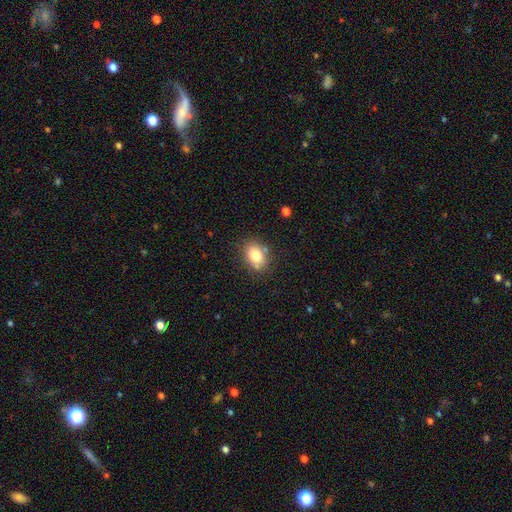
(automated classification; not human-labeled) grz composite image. It shows a smooth galaxy with no disk features (80%) that is in between round and cigar-shaped (74%). Merging: none (78%).